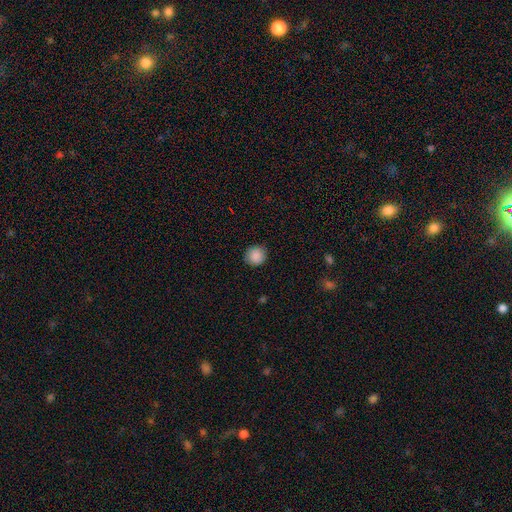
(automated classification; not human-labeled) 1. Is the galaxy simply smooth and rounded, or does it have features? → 88% smooth, 9% star or artifact, 3% featured or disk.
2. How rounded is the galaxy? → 91% round, 8% in between, 1% cigar-shaped.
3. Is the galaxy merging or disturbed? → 89% none, 8% minor disturbance, 2% major disturbance, 1% merger.